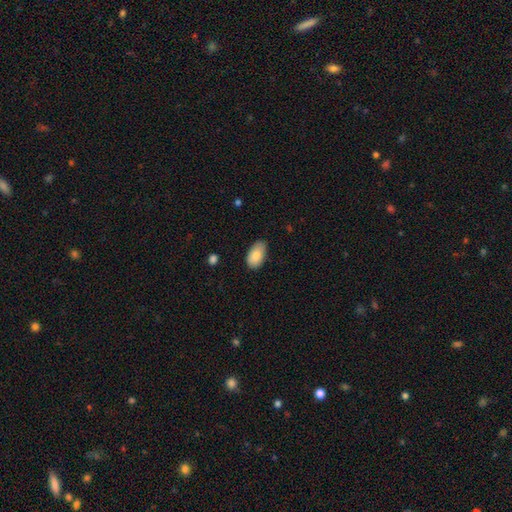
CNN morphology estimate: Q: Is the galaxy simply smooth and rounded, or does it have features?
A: smooth — 83%.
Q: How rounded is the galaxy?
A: in between — 94%.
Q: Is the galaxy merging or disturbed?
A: none — 78%.